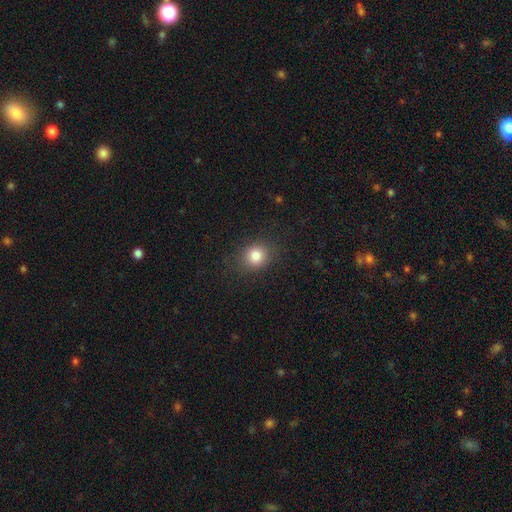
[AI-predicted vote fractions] Smooth or featured?
  - smooth: 83% *
  - star or artifact: 11%
  - featured or disk: 6%
How rounded?
  - round: 72% *
  - in between: 27%
  - cigar-shaped: 1%
Merging?
  - none: 85% *
  - minor disturbance: 10%
  - major disturbance: 4%
  - merger: 1%